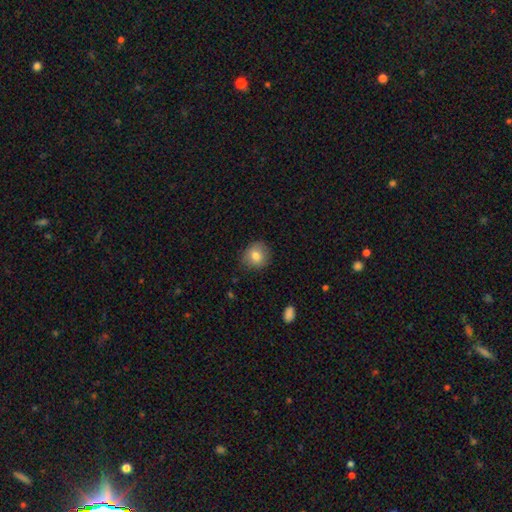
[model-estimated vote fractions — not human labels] smooth_or_featured: smooth (p=0.80) [alt: featured or disk p=0.11]
how_rounded: round (p=0.85) [alt: in between p=0.14]
merging: none (p=0.83) [alt: minor disturbance p=0.13]